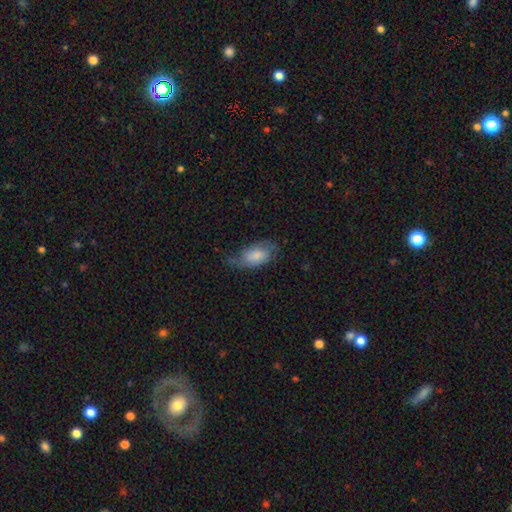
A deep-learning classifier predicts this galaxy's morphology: The model was most divided on "merging": none: 47%, minor disturbance: 34%, major disturbance: 17%, merger: 2%. More confident: how rounded — in between (92%); smooth or featured — smooth (64%).